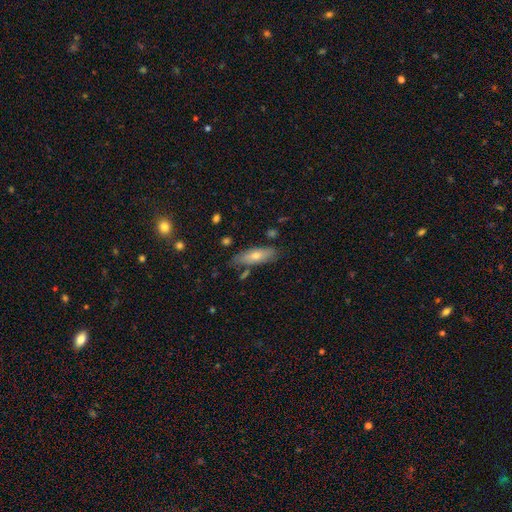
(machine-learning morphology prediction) Smooth or featured? smooth (60%)
How rounded? in between (52%)
Merging? none (78%)